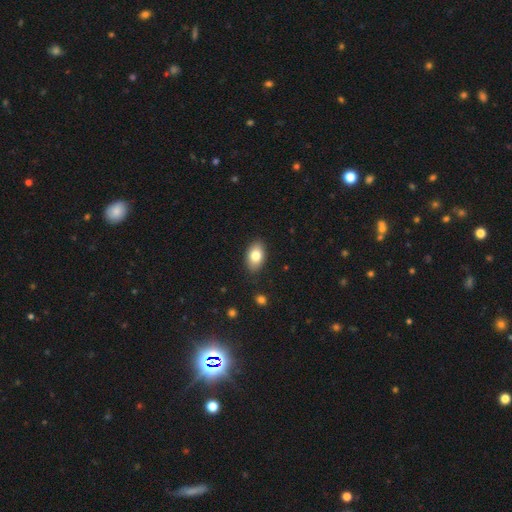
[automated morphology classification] Smooth or featured?
  - smooth: 80% *
  - featured or disk: 13%
  - star or artifact: 7%
How rounded?
  - in between: 91% *
  - round: 8%
  - cigar-shaped: 2%
Merging?
  - none: 86% *
  - minor disturbance: 10%
  - major disturbance: 2%
  - merger: 1%